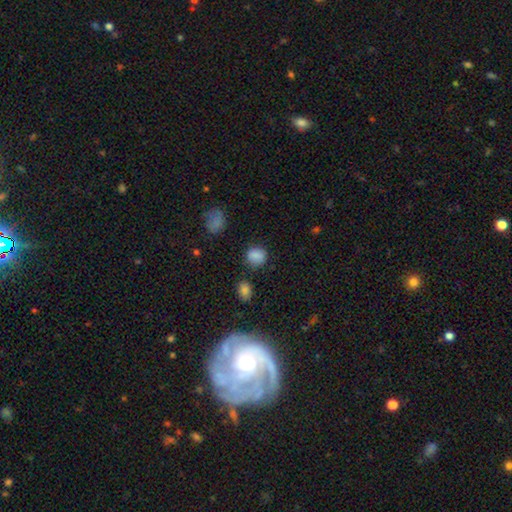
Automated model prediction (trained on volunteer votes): Smooth or featured: smooth — 83% (star or artifact — 12%)
How rounded: round — 71% (in between — 27%)
Merging: none — 78% (minor disturbance — 14%)